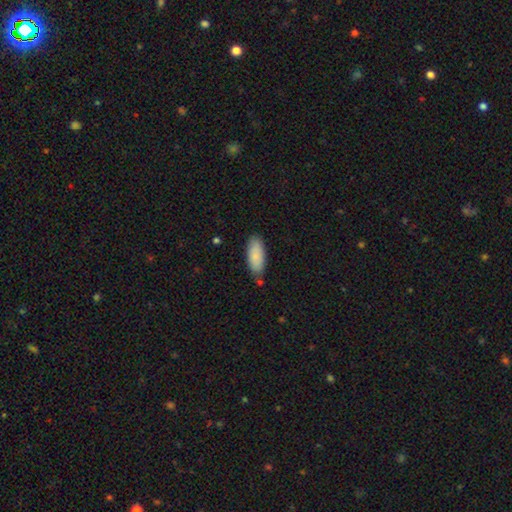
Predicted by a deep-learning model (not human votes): A smooth galaxy with no disk features (87%) that is in between round and cigar-shaped (82%).

Vote fractions:
- Smooth or featured? smooth: 87% / featured or disk: 8% / star or artifact: 6%
- How rounded? in between: 82% / cigar-shaped: 17% / round: 2%
- Merging? none: 78% / minor disturbance: 16% / merger: 4% / major disturbance: 3%